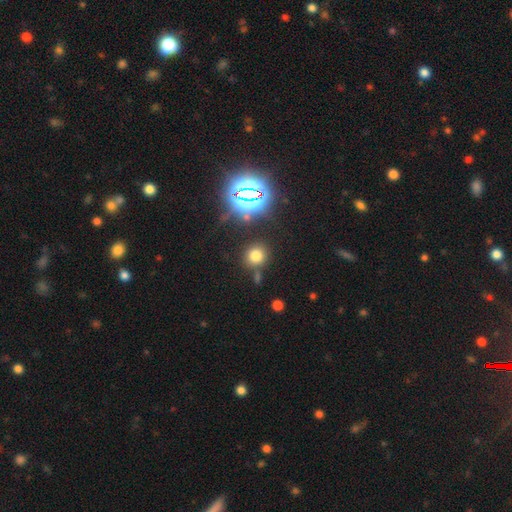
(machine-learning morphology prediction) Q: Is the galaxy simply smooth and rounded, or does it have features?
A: smooth — 68%.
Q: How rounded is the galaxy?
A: round — 85%.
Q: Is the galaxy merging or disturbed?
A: none — 79%.